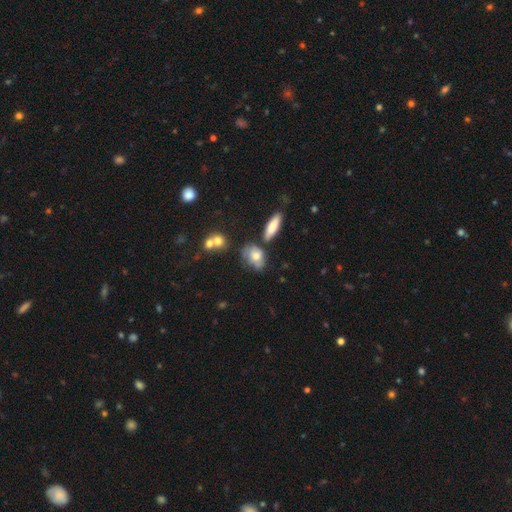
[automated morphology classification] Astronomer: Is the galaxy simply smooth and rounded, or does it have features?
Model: smooth — 62%.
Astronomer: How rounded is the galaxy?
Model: in between — 71%.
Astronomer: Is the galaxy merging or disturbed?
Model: none — 43% (runner-up: minor disturbance, 28%).